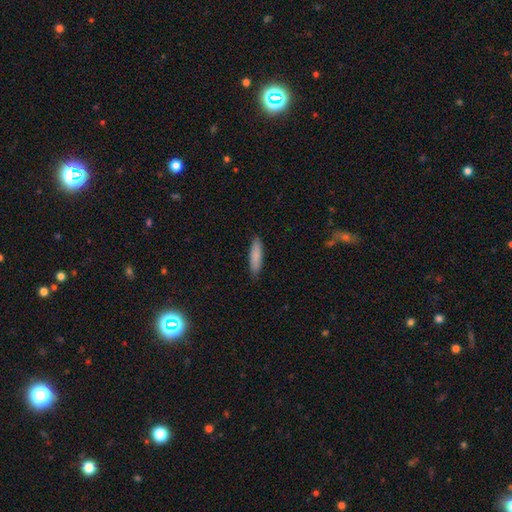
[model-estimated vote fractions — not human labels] The model was most divided on "how rounded": cigar-shaped: 67%, in between: 31%, round: 1%. More confident: merging — none (88%); smooth or featured — smooth (85%).